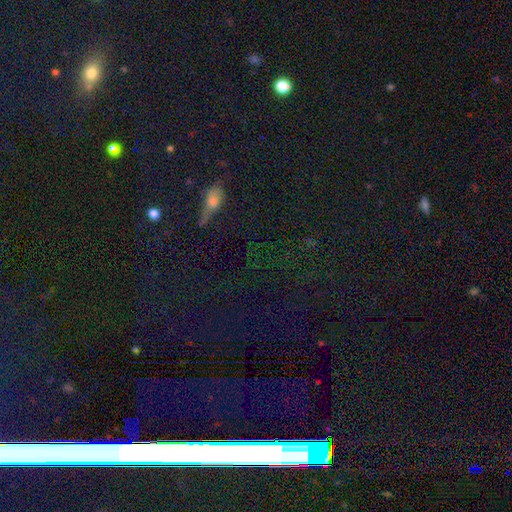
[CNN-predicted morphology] A star or artifact, not a galaxy (62%).

Vote fractions:
- Smooth or featured? star or artifact: 62% / smooth: 23% / featured or disk: 15%